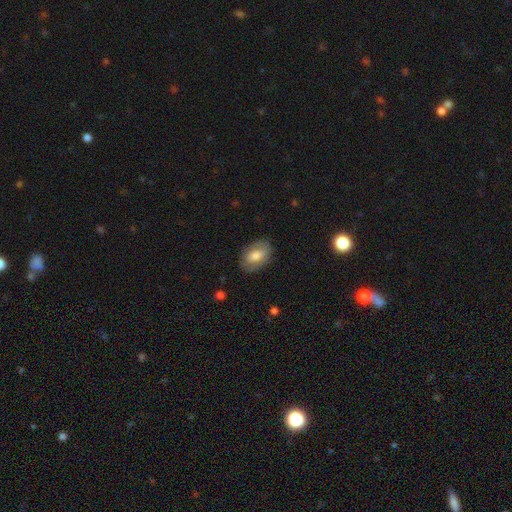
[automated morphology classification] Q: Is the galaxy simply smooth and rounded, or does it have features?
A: smooth — 71%.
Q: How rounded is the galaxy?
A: in between — 88%.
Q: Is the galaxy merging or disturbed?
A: none — 82%.